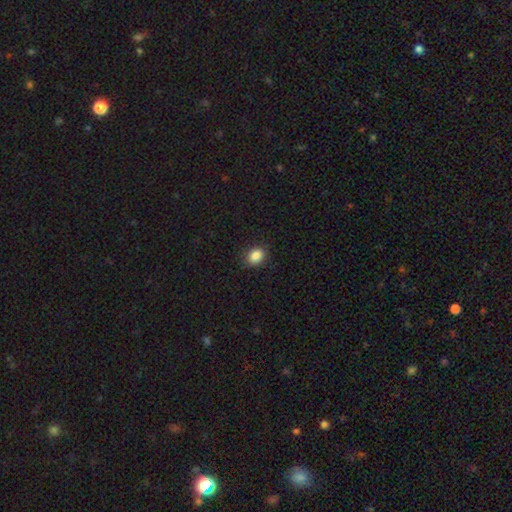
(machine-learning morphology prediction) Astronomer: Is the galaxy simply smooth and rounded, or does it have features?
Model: smooth — 86%.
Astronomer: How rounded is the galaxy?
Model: in between — 56% (runner-up: round, 43%).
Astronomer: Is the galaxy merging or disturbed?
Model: none — 87%.